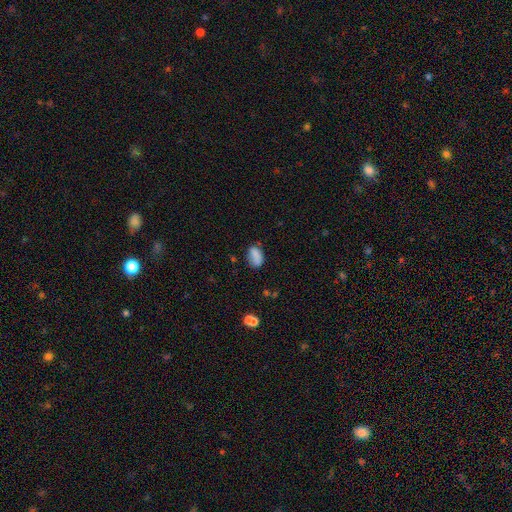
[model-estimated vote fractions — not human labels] This is clearly a smooth galaxy (83%). How rounded: clearly in between (88%). Merging: likely none (64%).